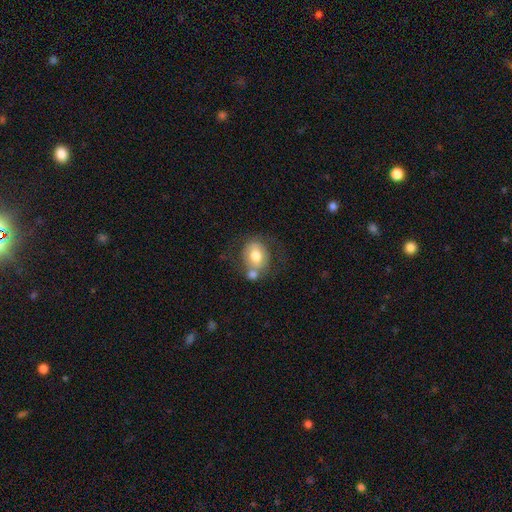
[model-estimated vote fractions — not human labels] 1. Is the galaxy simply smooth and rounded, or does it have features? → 65% smooth, 27% featured or disk, 8% star or artifact.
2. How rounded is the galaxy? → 55% round, 44% in between, 1% cigar-shaped.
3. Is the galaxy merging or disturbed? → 41% none, 32% merger, 17% minor disturbance, 10% major disturbance.